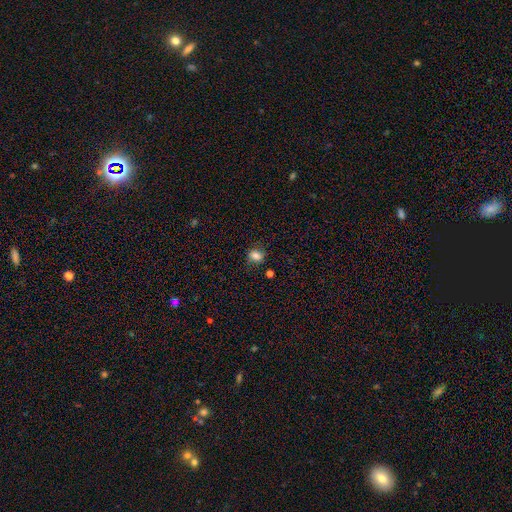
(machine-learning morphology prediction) Overall: smooth (81%). How rounded: round (50%; in between 48%). Merging: none (74%).